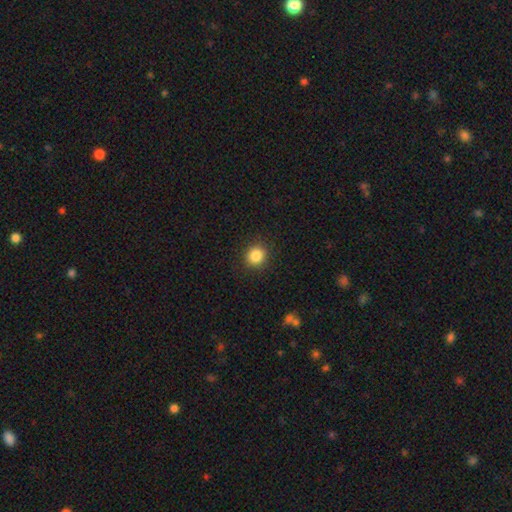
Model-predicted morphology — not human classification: smooth-or-featured: smooth: 85% | star or artifact: 10% | featured or disk: 4%
  how-rounded: round: 88% | in between: 11% | cigar-shaped: 1%
  merging: none: 91% | minor disturbance: 6% | major disturbance: 2% | merger: 1%